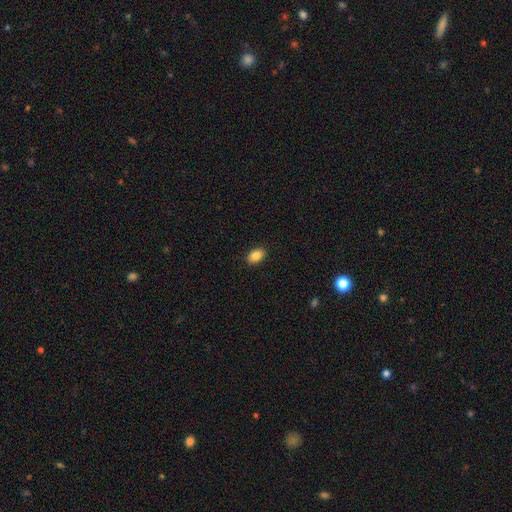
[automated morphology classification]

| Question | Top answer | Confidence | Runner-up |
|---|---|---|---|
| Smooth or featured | smooth | 86% | star or artifact (8%) |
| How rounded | in between | 86% | round (13%) |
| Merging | none | 90% | minor disturbance (8%) |